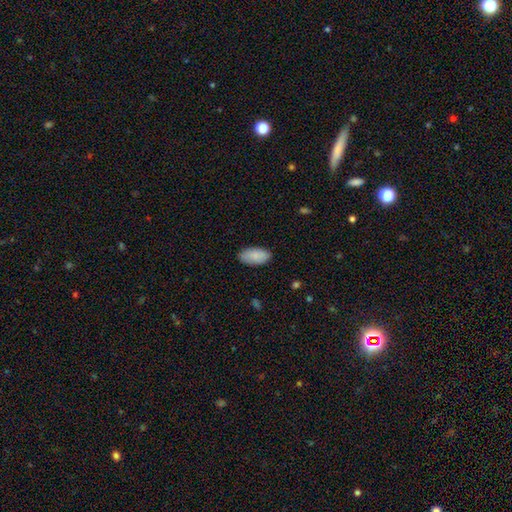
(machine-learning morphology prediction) Smooth or featured? smooth (88%)
How rounded? in between (95%)
Merging? none (85%)